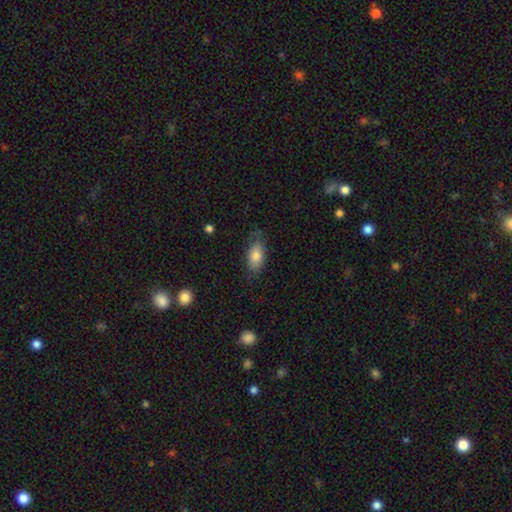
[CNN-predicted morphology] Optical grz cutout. It shows a smooth galaxy with no disk features (80%) that is in between round and cigar-shaped (90%). Merging: none (71%).